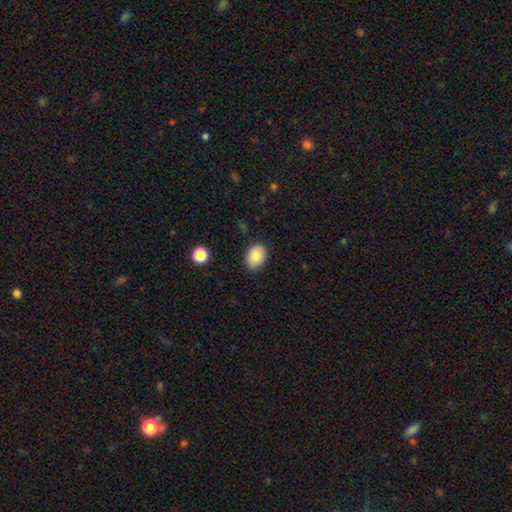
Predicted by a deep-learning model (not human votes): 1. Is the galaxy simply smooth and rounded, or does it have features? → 82% smooth, 10% featured or disk, 8% star or artifact.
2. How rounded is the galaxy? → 71% in between, 28% round, 1% cigar-shaped.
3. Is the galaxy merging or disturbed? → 86% none, 10% minor disturbance, 2% major disturbance, 1% merger.